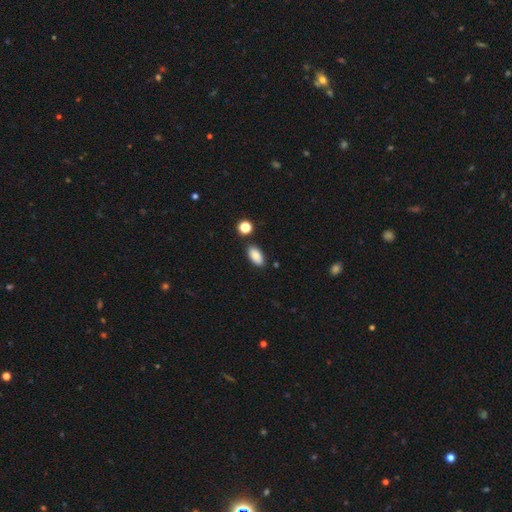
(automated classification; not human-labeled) Smooth or featured? Predicted: smooth (p=0.87). How rounded? Predicted: in between (p=0.92). Merging? Predicted: none (p=0.84).